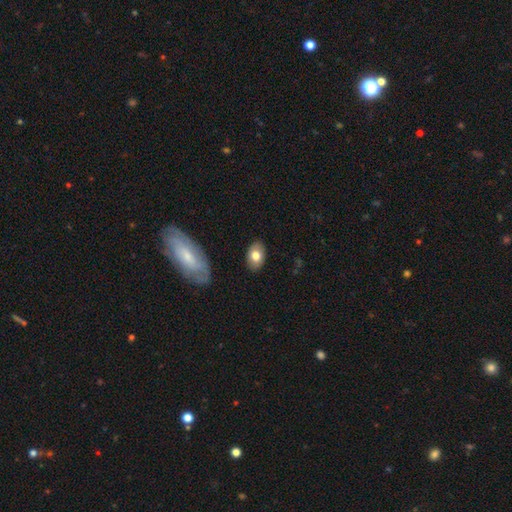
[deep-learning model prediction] A smooth galaxy with no disk features (76%) that is in between round and cigar-shaped (88%). Merging: none (86%).